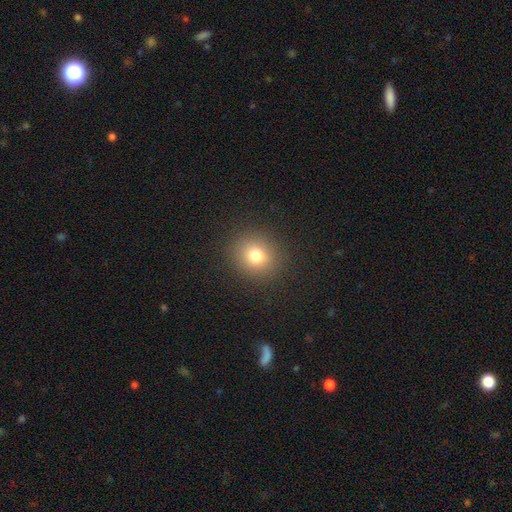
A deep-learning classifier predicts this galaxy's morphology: Smooth or featured: smooth — 77% (star or artifact — 14%)
How rounded: round — 84% (in between — 15%)
Merging: none — 90% (minor disturbance — 6%)